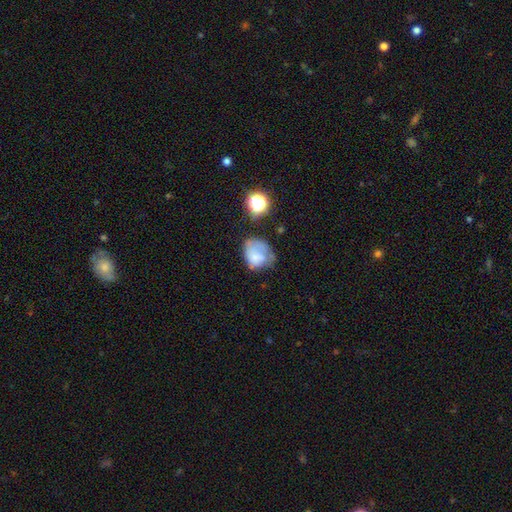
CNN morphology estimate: A smooth galaxy with no disk features (60%) that is round (52%). Merging: none (32%, tied with minor disturbance).